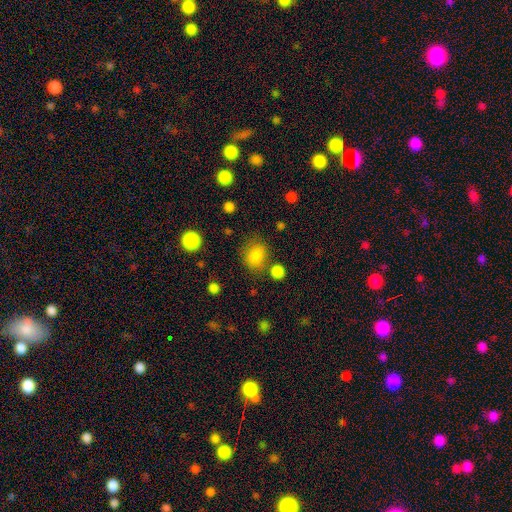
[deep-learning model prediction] Smooth or featured?
  - smooth: 83% *
  - star or artifact: 12%
  - featured or disk: 6%
How rounded?
  - round: 59% *
  - in between: 40%
  - cigar-shaped: 1%
Merging?
  - none: 70% *
  - minor disturbance: 15%
  - merger: 9%
  - major disturbance: 6%